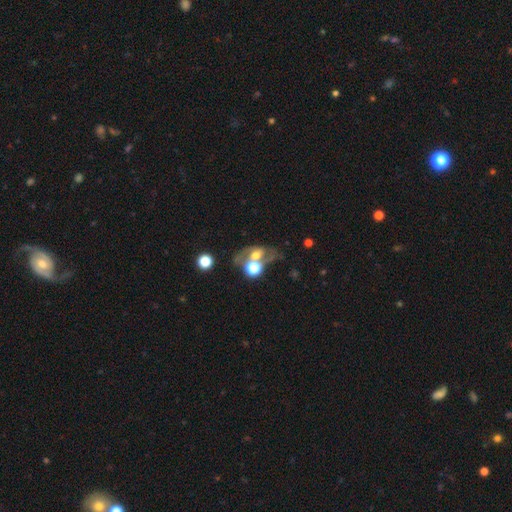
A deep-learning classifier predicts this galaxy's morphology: Smooth or featured?
  - featured or disk: 50% *
  - smooth: 34%
  - star or artifact: 16%
Edge-on disk?
  - no: 91% *
  - yes: 9%
Merging?
  - none: 39% *
  - merger: 34%
  - minor disturbance: 14%
  - major disturbance: 13%